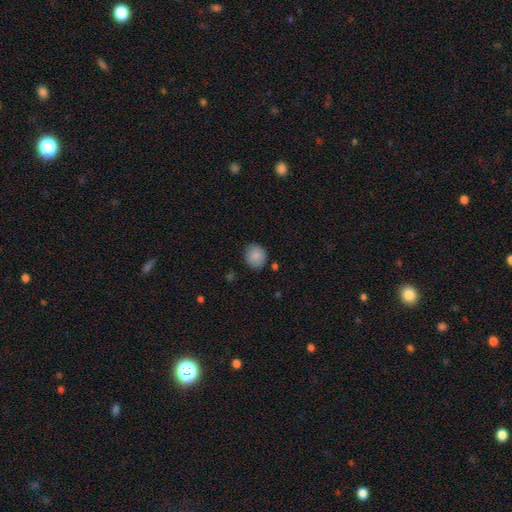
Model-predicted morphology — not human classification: Overall: smooth (87%). How rounded: round (69%; in between 30%). Merging: none (83%).